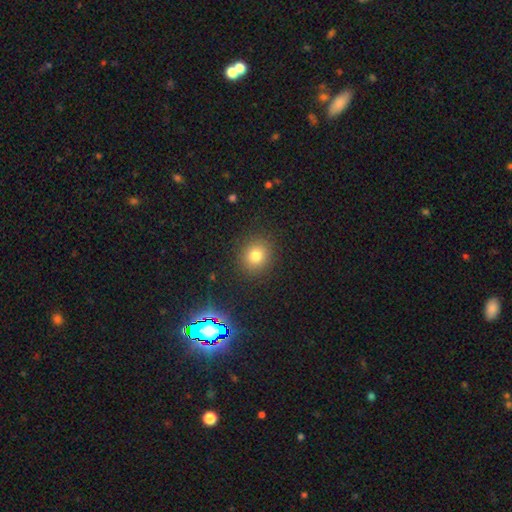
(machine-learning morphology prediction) Overall: smooth (78%). How rounded: round (83%). Merging: none (89%).